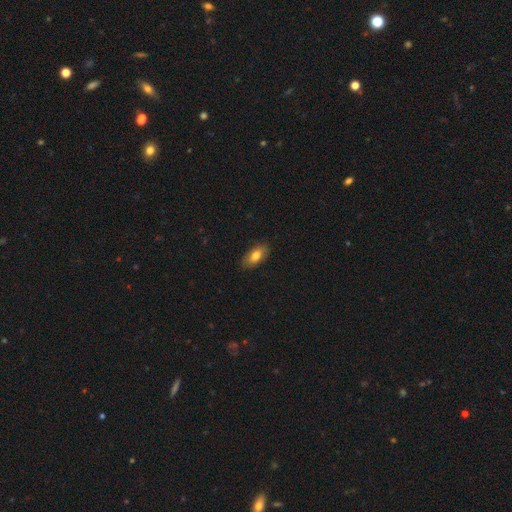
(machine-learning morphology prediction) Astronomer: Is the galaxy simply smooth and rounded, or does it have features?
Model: smooth — 77%.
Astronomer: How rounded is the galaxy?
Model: in between — 89%.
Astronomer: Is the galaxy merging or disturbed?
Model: none — 86%.